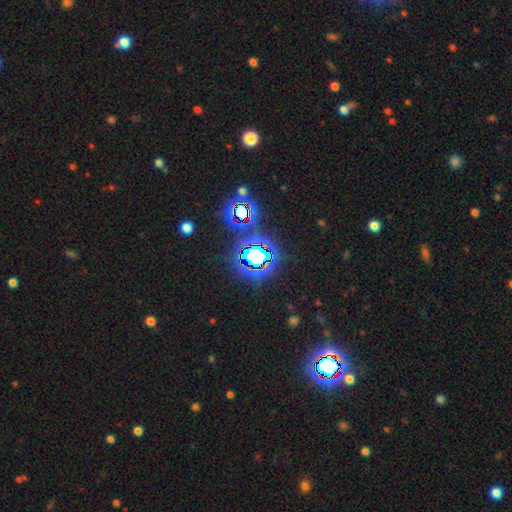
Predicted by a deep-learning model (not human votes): smooth_or_featured: star or artifact (p=0.71) [alt: smooth p=0.17]